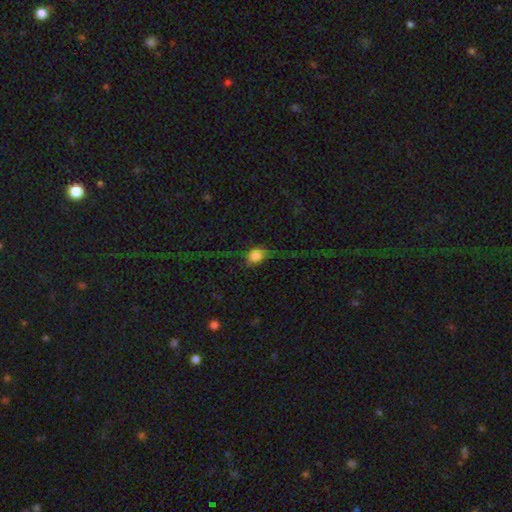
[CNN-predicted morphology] type=smooth (73%); roundness=in between (54%); merging=none (51%).